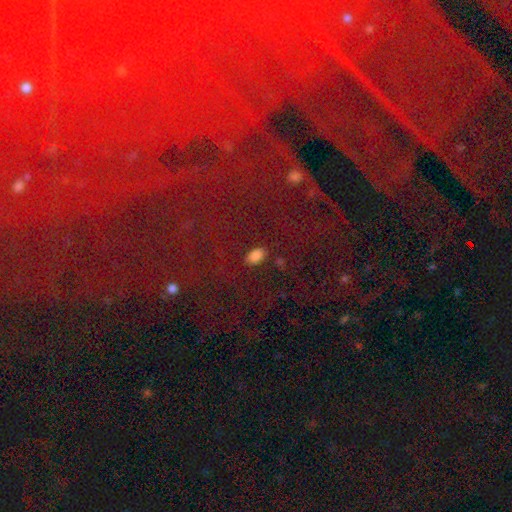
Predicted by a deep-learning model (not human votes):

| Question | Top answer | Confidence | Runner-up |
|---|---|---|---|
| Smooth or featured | smooth | 79% | star or artifact (15%) |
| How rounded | in between | 93% | round (5%) |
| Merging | none | 85% | minor disturbance (9%) |